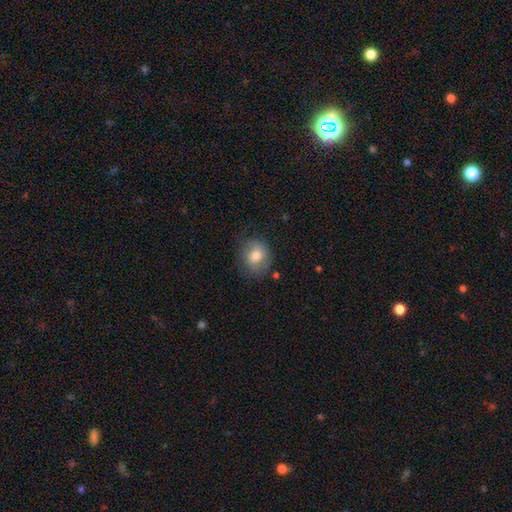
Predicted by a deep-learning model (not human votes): The model was most divided on "how rounded": round: 70%, in between: 29%, cigar-shaped: 1%. More confident: smooth or featured — smooth (72%); merging — none (71%).